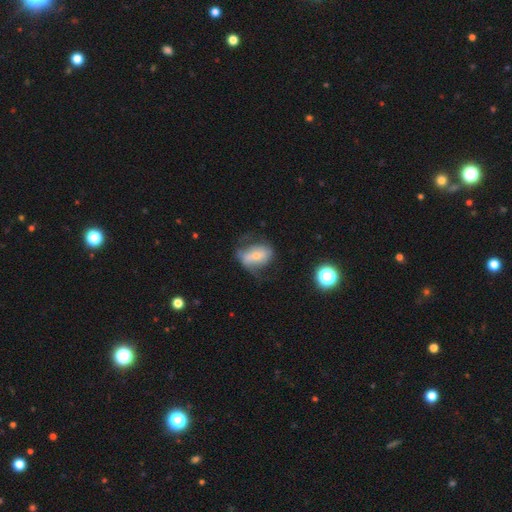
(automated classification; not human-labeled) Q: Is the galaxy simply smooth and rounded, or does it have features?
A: featured or disk — 51%.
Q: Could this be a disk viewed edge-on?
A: no — 94%.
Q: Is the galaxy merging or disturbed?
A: none — 43%.